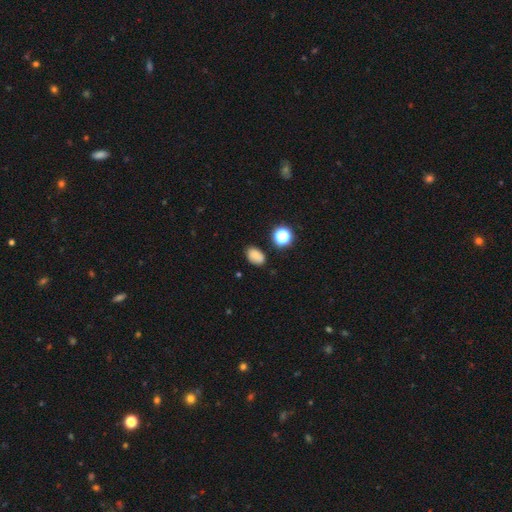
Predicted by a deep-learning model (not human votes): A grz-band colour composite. It shows a smooth galaxy with no disk features (79%) that is in between round and cigar-shaped (81%). Merging: none (80%).